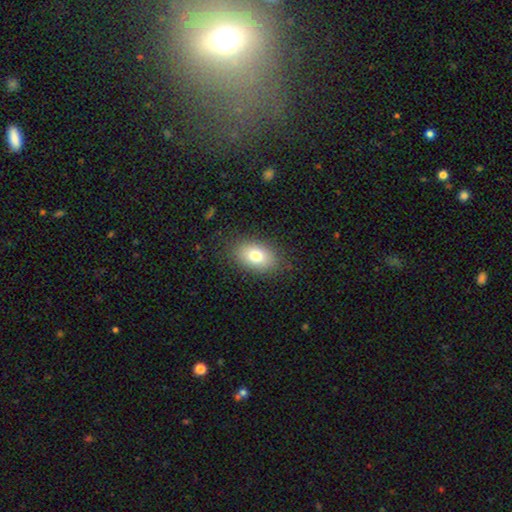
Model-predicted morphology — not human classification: The model was most divided on "smooth or featured": smooth: 76%, featured or disk: 14%, star or artifact: 10%. More confident: merging — none (85%); how rounded — in between (83%).